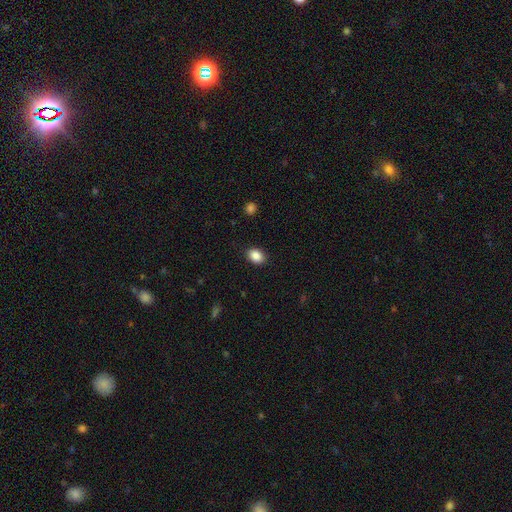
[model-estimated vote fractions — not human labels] Smooth or featured? smooth (88%)
How rounded? in between (73%)
Merging? none (89%)